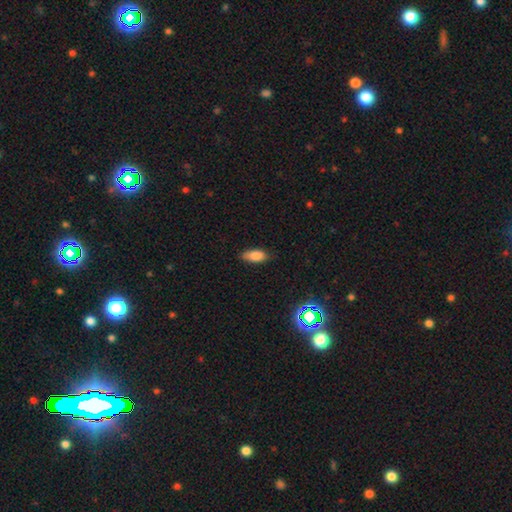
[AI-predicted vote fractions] smooth 84%, star or artifact 9%, featured or disk 7%. Down the decision tree: how rounded — in between (86%); merging — none (80%).